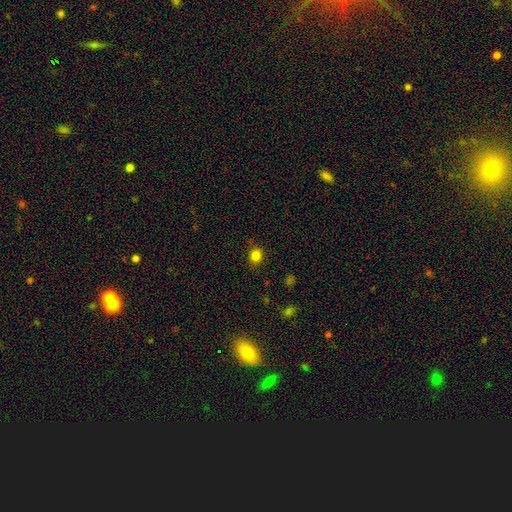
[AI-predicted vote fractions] Overall: smooth (82%). How rounded: round (66%; in between 33%). Merging: none (85%).